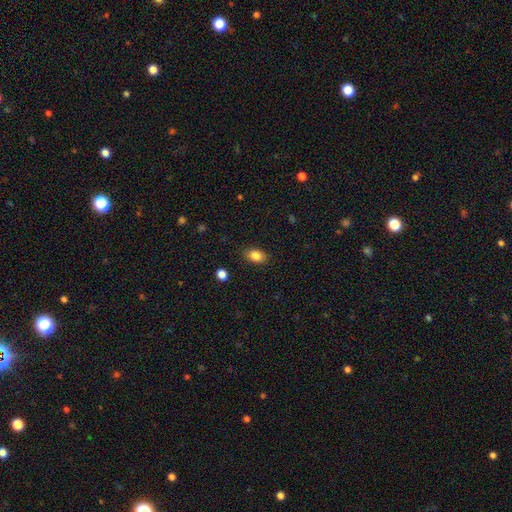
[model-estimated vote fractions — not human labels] Morphology: type=smooth (86%); roundness=in between (87%); merging=none (86%).